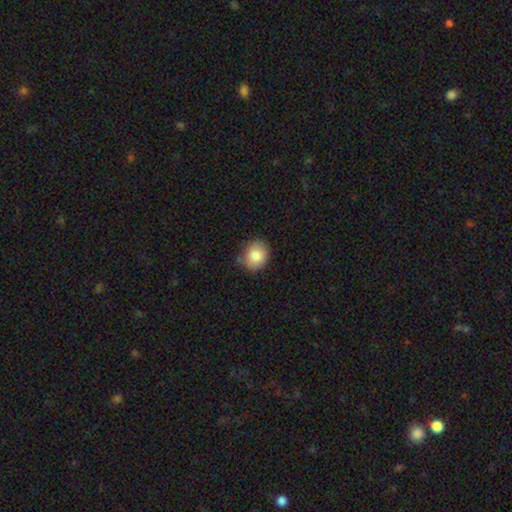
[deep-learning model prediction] Morphology: type=smooth (85%); roundness=round (61%); merging=none (75%).